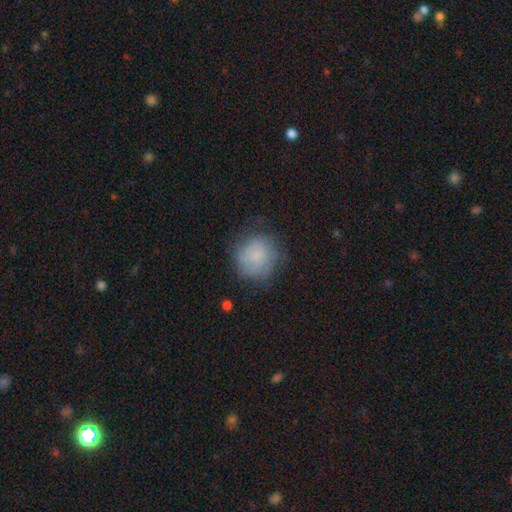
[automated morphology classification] Smooth or featured: smooth — 66% (featured or disk — 25%)
How rounded: round — 87% (in between — 12%)
Merging: none — 69% (minor disturbance — 21%)